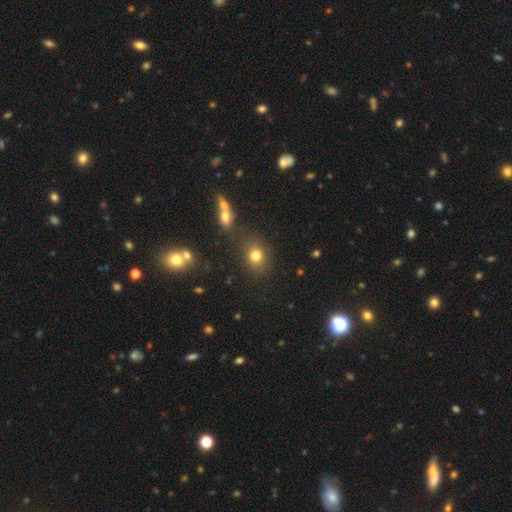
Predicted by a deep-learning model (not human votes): smooth 77%, star or artifact 15%, featured or disk 8%. Down the decision tree: how rounded — round (65%); merging — none (76%).